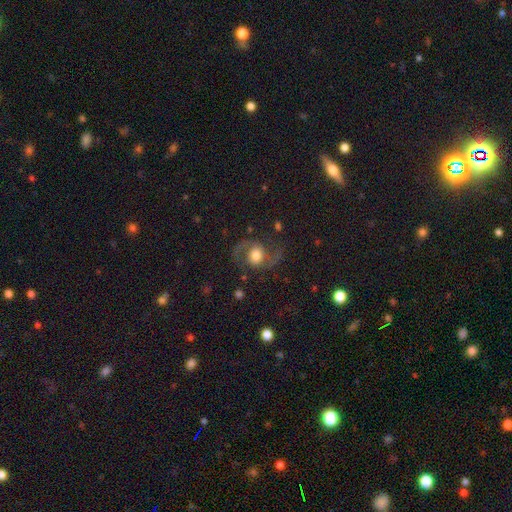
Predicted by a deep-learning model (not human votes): This is clearly a featured or disk galaxy (80%). It is clearly not viewed edge-on (98%). Bar: likely no (66%). Spiral arm pattern: clearly yes (94%). Spiral arm count: clearly 2 (93%). Spiral winding: possibly medium (51%). Central bulge: possibly moderate (51%). Merging: likely none (74%).